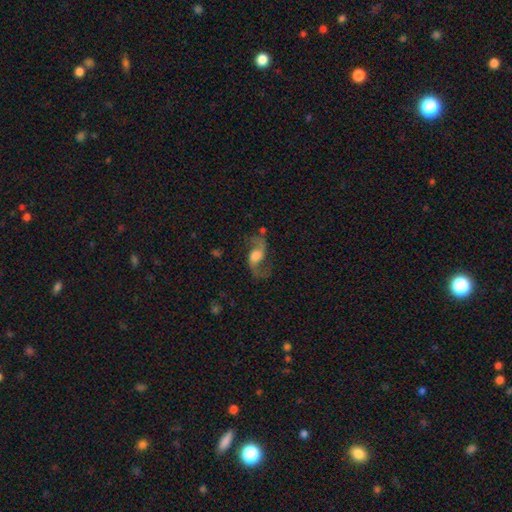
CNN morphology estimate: A featured or disk galaxy (81%) with no bar (47%), 2 (92%) loose (78%) spiral arms (94%) and a moderate central bulge (42%).

Vote fractions:
- Smooth or featured? featured or disk: 81% / smooth: 12% / star or artifact: 7%
- Edge-on disk? no: 95% / yes: 5%
- Bar? no: 47% / weak: 40% / strong: 13%
- Spiral arms? yes: 94% / no: 6%
- Spiral winding? loose: 78% / medium: 18% / tight: 3%
- Spiral arm count? 2: 92% / 1: 3% / can't tell: 2% / 3: 1% / 4: 1% / more than 4: 1%
- Bulge size? moderate: 42% / large: 36% / small: 12% / none: 6% / dominant: 4%
- Merging? none: 66% / minor disturbance: 17% / major disturbance: 14% / merger: 3%